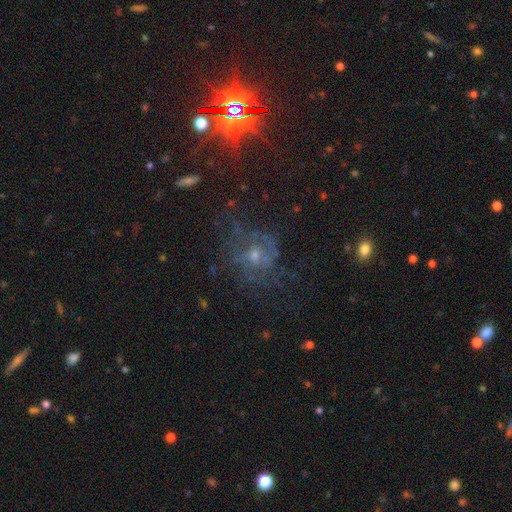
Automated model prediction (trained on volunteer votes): Smooth or featured: featured or disk — 59% (smooth — 22%)
Edge-on disk: no — 97% (yes — 3%)
Bar: no — 76% (weak — 21%)
Spiral arms: yes — 68% (no — 32%)
Bulge size: moderate — 48% (small — 41%)
Merging: none — 57% (major disturbance — 23%)